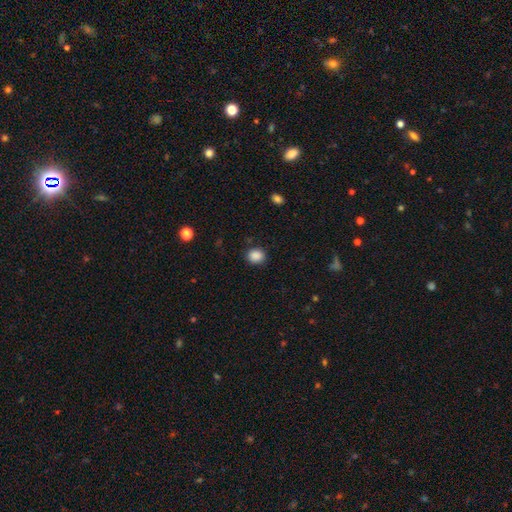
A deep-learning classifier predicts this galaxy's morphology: smooth 88%, star or artifact 10%, featured or disk 3%. Down the decision tree: how rounded — round (71%); merging — none (87%).